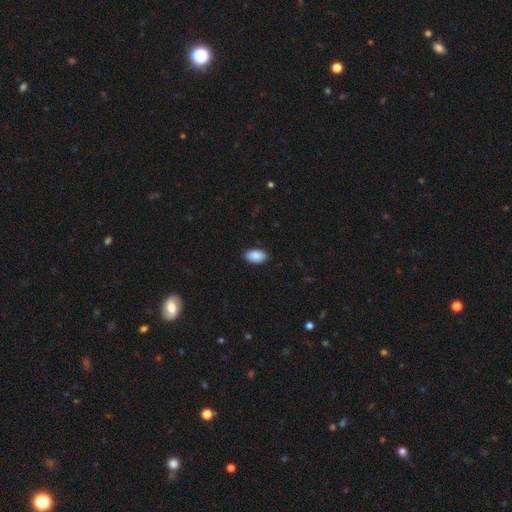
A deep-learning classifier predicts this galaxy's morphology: This is clearly a smooth galaxy (90%). How rounded: clearly in between (94%). Merging: clearly none (89%).